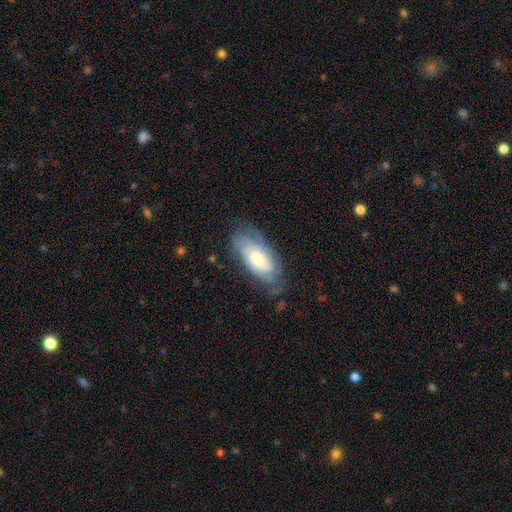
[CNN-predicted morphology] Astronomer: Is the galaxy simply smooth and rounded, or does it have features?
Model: featured or disk — 53% (runner-up: smooth, 39%).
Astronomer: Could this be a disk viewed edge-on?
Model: no — 87%.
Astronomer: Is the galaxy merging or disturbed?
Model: none — 66%.